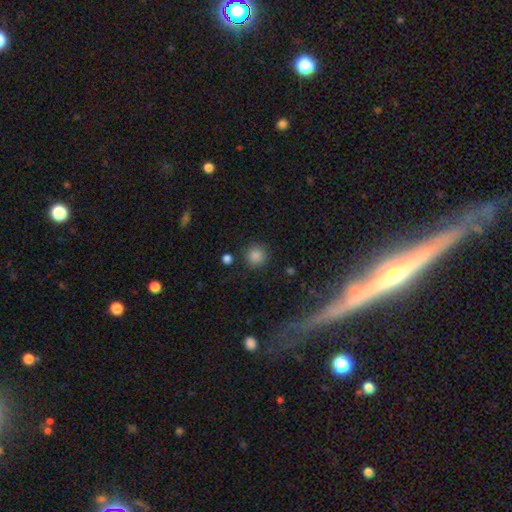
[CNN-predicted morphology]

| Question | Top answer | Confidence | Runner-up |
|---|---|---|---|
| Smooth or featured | smooth | 85% | star or artifact (11%) |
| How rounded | round | 93% | in between (6%) |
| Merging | none | 86% | minor disturbance (7%) |